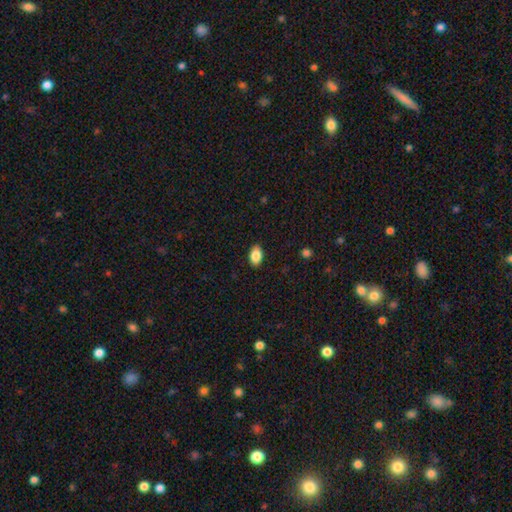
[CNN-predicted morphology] smooth_or_featured: smooth (p=0.87) [alt: star or artifact p=0.08]
how_rounded: in between (p=0.90) [alt: round p=0.09]
merging: none (p=0.88) [alt: minor disturbance p=0.09]